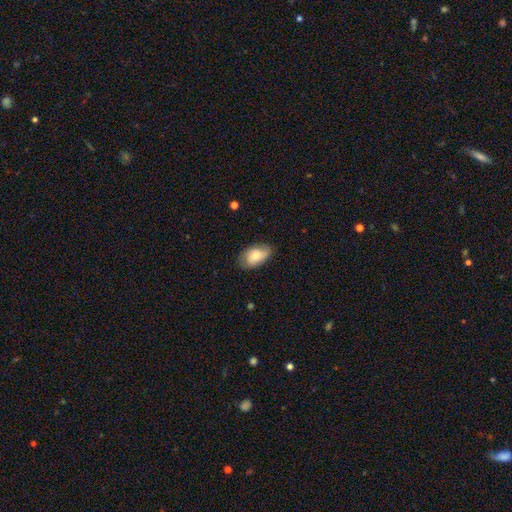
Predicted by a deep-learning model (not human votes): Smooth or featured? smooth (66%)
How rounded? in between (92%)
Merging? none (75%)